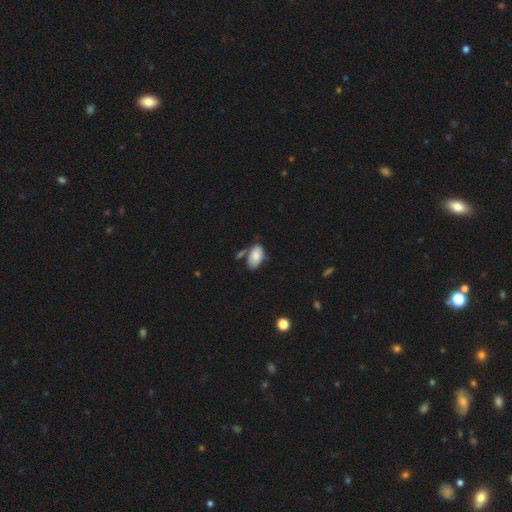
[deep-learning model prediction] Smooth or featured? smooth (82%)
How rounded? in between (94%)
Merging? none (56%)